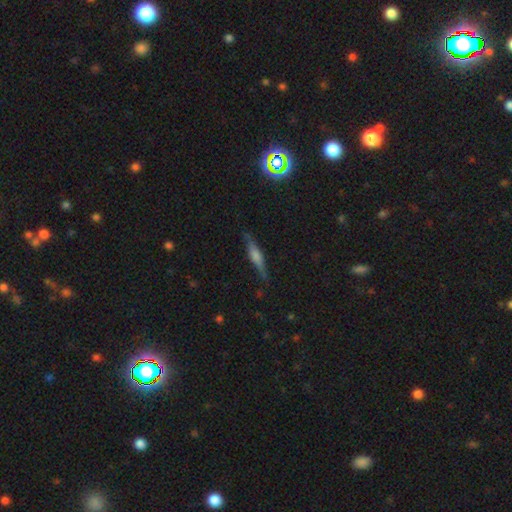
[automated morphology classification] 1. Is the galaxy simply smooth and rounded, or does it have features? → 62% featured or disk, 27% smooth, 11% star or artifact.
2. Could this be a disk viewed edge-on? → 95% yes, 5% no.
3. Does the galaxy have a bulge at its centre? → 62% rounded, 29% boxy, 9% none.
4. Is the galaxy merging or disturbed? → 83% none, 12% minor disturbance, 3% major disturbance, 1% merger.